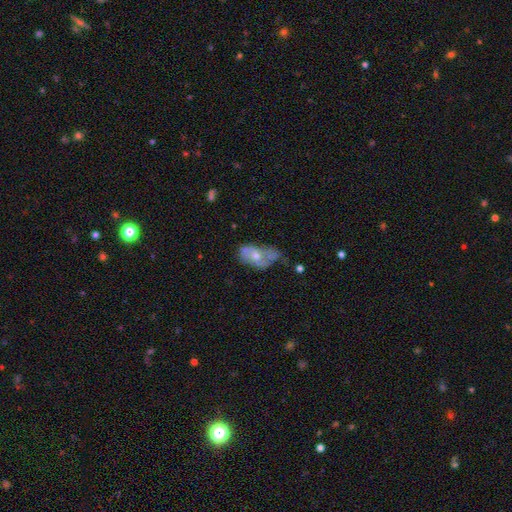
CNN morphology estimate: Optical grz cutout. It shows a featured or disk galaxy (48%). Merging: minor disturbance (33%).